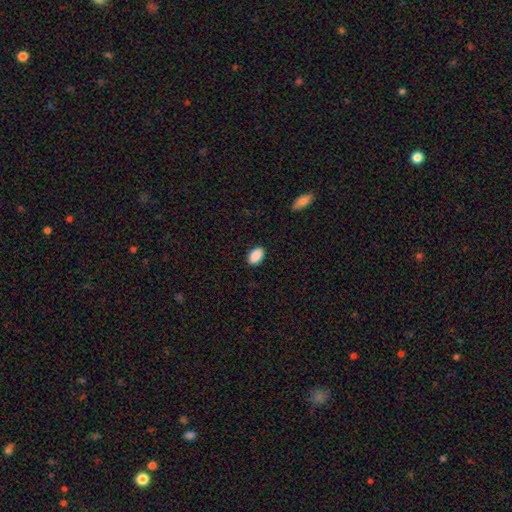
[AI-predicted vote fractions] Overall: smooth (90%). How rounded: in between (90%). Merging: none (88%).